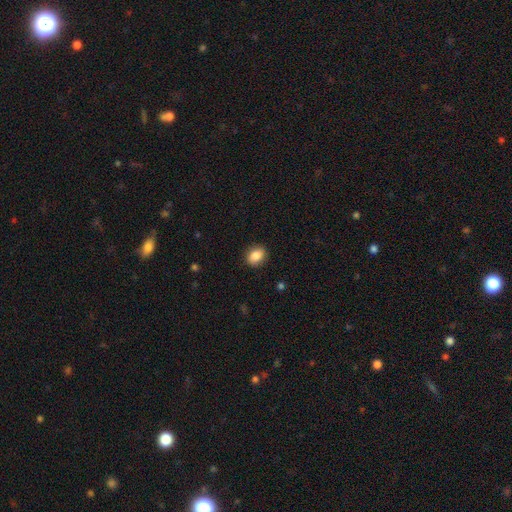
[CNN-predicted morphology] Q: Smooth or featured?
A: smooth (86%); runner-up: star or artifact (8%)
Q: How rounded?
A: in between (58%); runner-up: round (41%)
Q: Merging?
A: none (89%); runner-up: minor disturbance (8%)